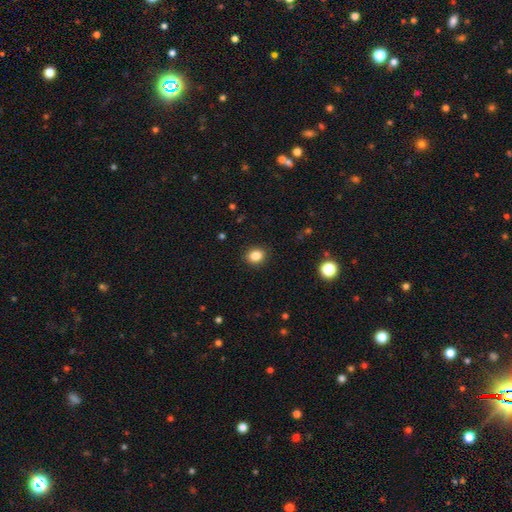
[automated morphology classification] Smooth or featured? smooth (85%)
How rounded? round (61%)
Merging? none (90%)